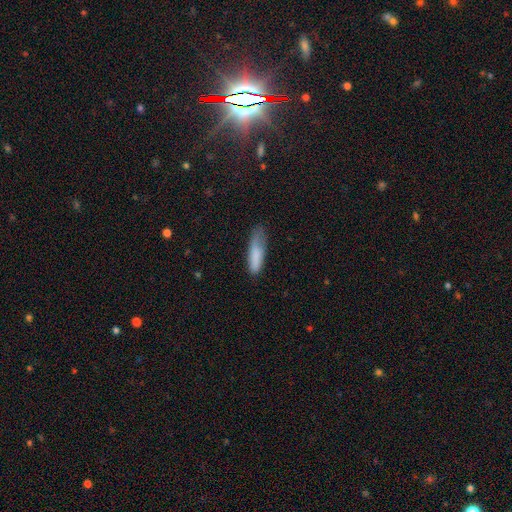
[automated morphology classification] A smooth galaxy with no disk features (82%) that is cigar-shaped (62%). Merging: none (48%).